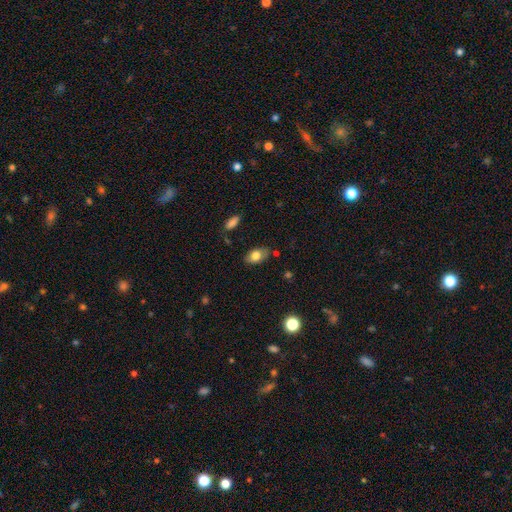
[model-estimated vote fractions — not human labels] Q: Smooth or featured?
A: smooth (76%); runner-up: featured or disk (17%)
Q: How rounded?
A: in between (90%); runner-up: round (8%)
Q: Merging?
A: none (78%); runner-up: minor disturbance (16%)